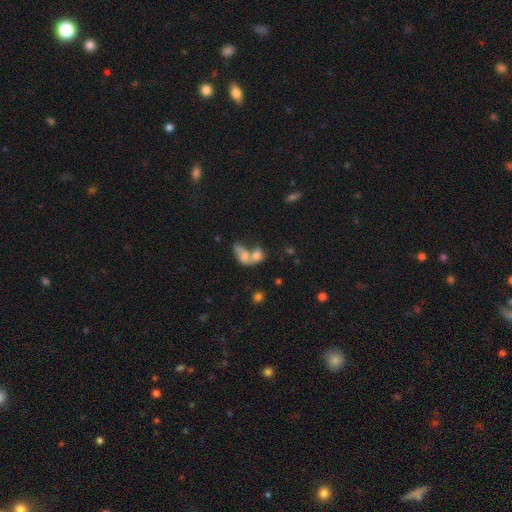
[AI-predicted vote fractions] Smooth or featured? Predicted: smooth (p=0.66). How rounded? Predicted: in between (p=0.73). Merging? Predicted: merger (p=0.72).